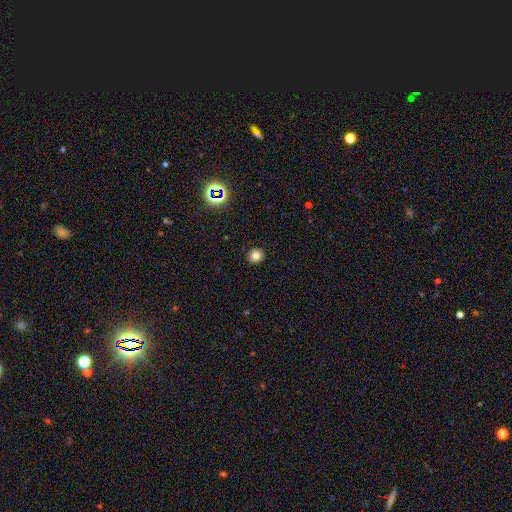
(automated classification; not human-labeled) Q: Smooth or featured?
A: smooth (78%); runner-up: star or artifact (15%)
Q: How rounded?
A: round (92%); runner-up: in between (7%)
Q: Merging?
A: none (92%); runner-up: minor disturbance (5%)